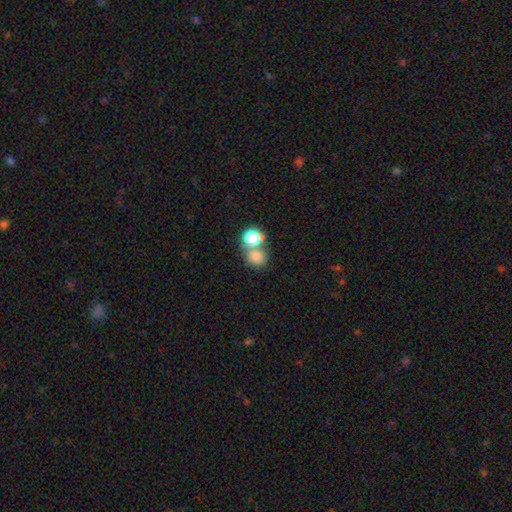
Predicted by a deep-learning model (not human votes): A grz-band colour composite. It shows a smooth galaxy with no disk features (75%) that is round (73%). Merging: merger (45%).